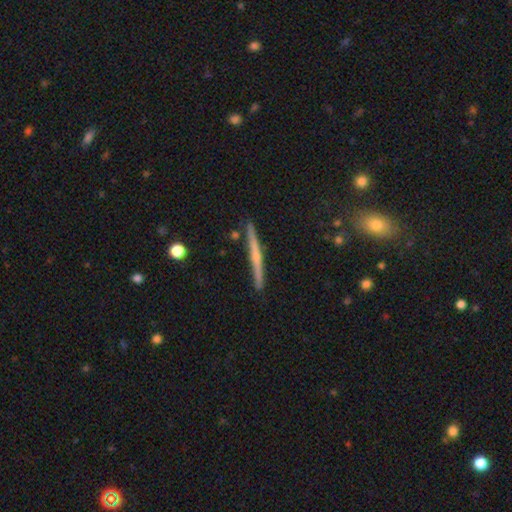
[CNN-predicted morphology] Smooth or featured: featured or disk — 68% (smooth — 25%)
Edge-on disk: yes — 98% (no — 2%)
Edge-on bulge: rounded — 61% (none — 33%)
Merging: none — 90% (minor disturbance — 7%)